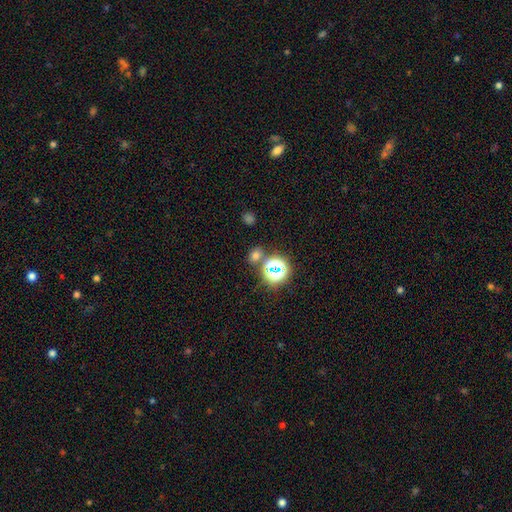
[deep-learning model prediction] smooth 62%, star or artifact 31%, featured or disk 7%. Down the decision tree: how rounded — round (55%); merging — none (75%).